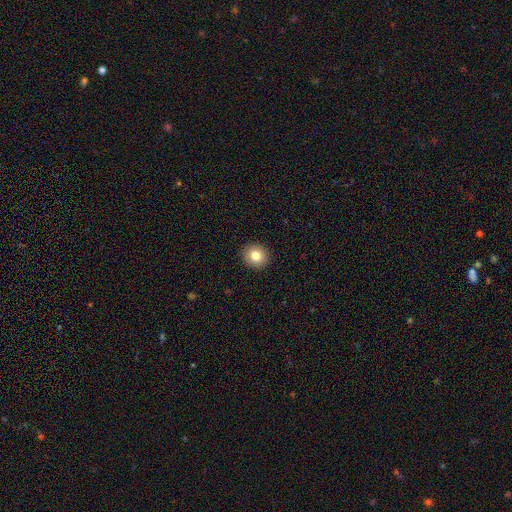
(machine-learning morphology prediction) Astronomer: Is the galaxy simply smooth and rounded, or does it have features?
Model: smooth — 81%.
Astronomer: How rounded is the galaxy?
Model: round — 87%.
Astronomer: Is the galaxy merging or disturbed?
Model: none — 93%.